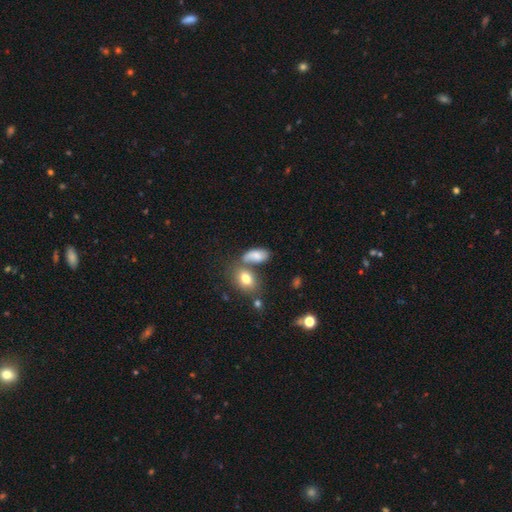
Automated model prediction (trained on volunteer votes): A smooth galaxy with no disk features (77%) that is in between round and cigar-shaped (88%).

Vote fractions:
- Smooth or featured? smooth: 77% / featured or disk: 13% / star or artifact: 10%
- How rounded? in between: 88% / round: 7% / cigar-shaped: 6%
- Merging? none: 43% / merger: 32% / minor disturbance: 17% / major disturbance: 8%